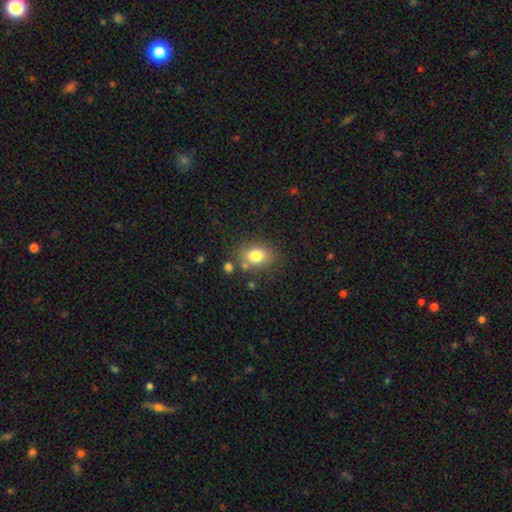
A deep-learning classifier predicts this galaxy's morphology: Smooth or featured? smooth (80%)
How rounded? in between (63%)
Merging? none (73%)